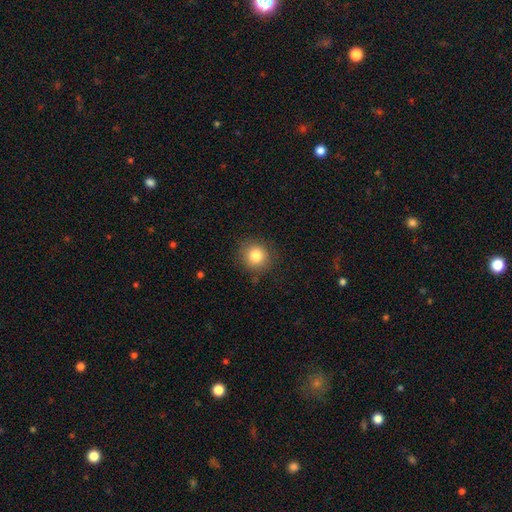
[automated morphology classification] A smooth galaxy with no disk features (82%) that is round (90%). Merging: none (87%).